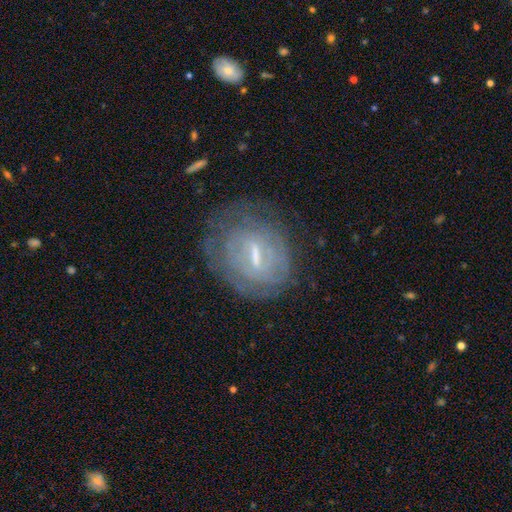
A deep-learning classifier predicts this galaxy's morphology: This appears to be a featured or disk galaxy (72%) with a weak bar (47%), spiral arms (67%) and a small central bulge (49%). Merging: none (67%).